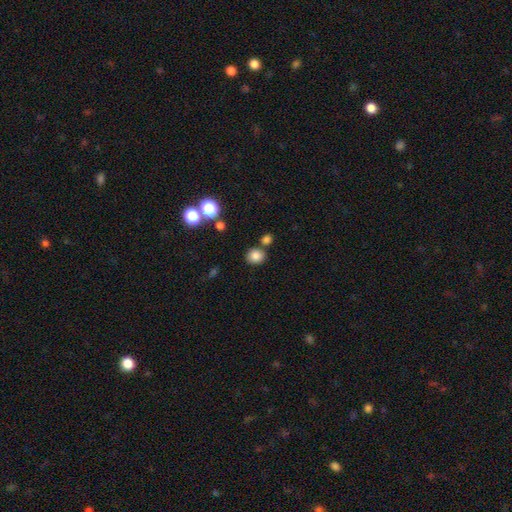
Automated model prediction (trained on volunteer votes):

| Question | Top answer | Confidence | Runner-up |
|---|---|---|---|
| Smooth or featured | smooth | 81% | star or artifact (13%) |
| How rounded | round | 77% | in between (22%) |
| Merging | none | 75% | merger (13%) |